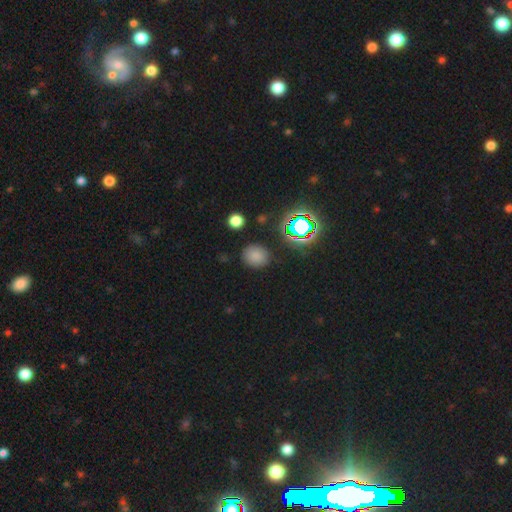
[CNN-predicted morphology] The model was most divided on "how rounded": round: 73%, in between: 26%, cigar-shaped: 1%. More confident: merging — none (85%); smooth or featured — smooth (74%).